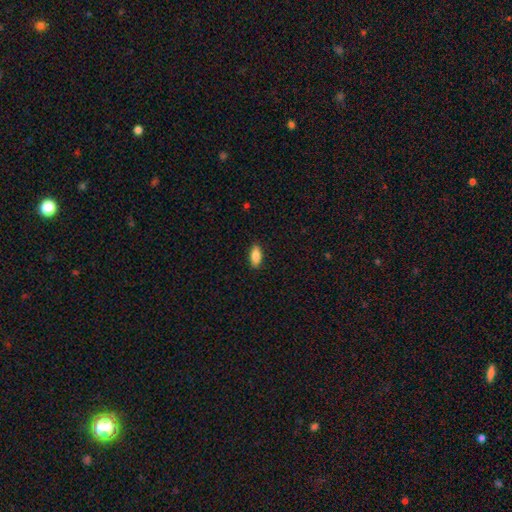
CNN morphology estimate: The model was most divided on "how rounded": in between: 83%, cigar-shaped: 15%, round: 2%. More confident: merging — none (88%); smooth or featured — smooth (85%).